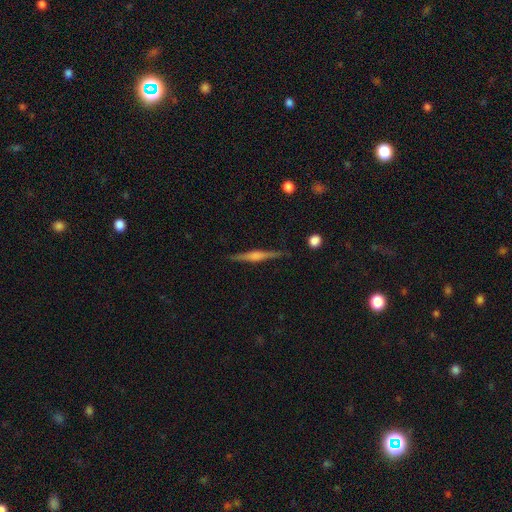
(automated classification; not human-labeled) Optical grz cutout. It shows a featured or disk galaxy (77%) viewed edge-on (98%) with a rounded central bulge (69%). Merging: none (90%).